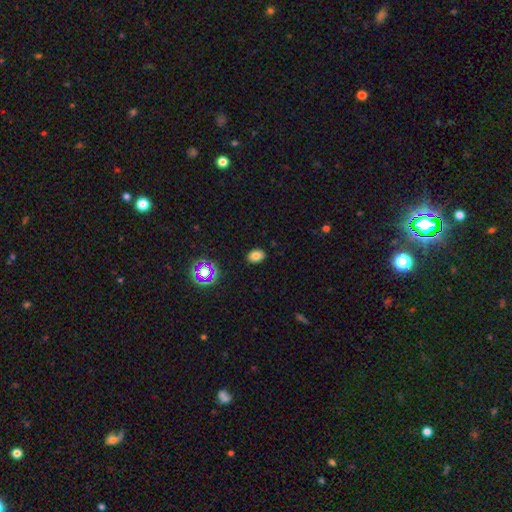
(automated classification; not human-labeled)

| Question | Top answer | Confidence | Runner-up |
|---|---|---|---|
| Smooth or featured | smooth | 76% | star or artifact (16%) |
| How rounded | in between | 73% | round (26%) |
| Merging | none | 88% | minor disturbance (9%) |